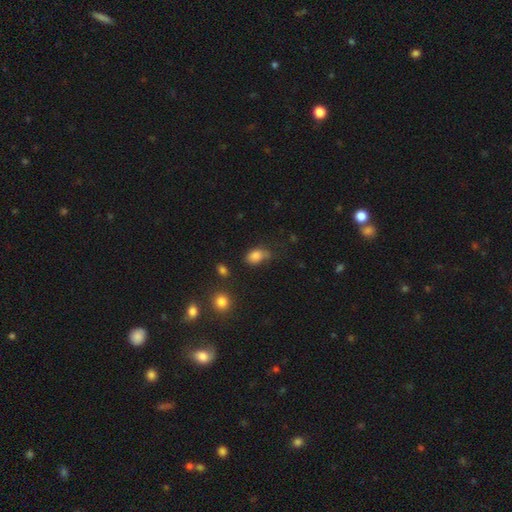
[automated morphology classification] Overall: smooth (82%). How rounded: in between (76%). Merging: none (48%; minor disturbance 36%).